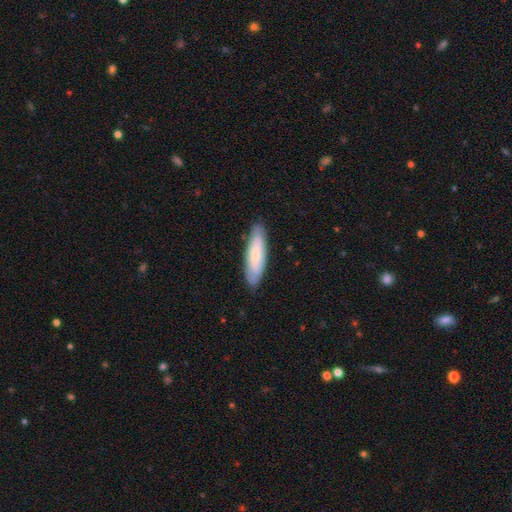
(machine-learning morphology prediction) smooth-or-featured: smooth: 66% | featured or disk: 28% | star or artifact: 6%
  how-rounded: cigar-shaped: 57% | in between: 41% | round: 1%
  merging: none: 84% | minor disturbance: 12% | major disturbance: 2% | merger: 1%